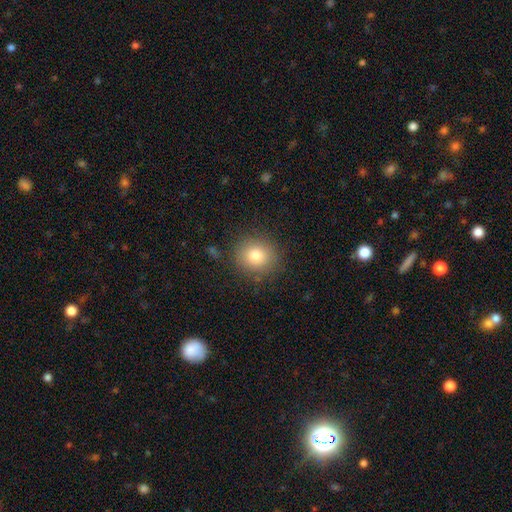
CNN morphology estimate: smooth-or-featured: smooth: 80% | star or artifact: 11% | featured or disk: 9%
  how-rounded: round: 86% | in between: 13% | cigar-shaped: 1%
  merging: none: 86% | minor disturbance: 9% | major disturbance: 3% | merger: 2%